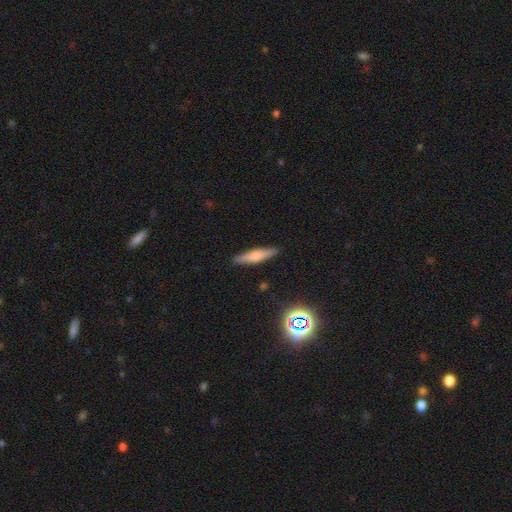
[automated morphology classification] type=smooth (53%); roundness=cigar-shaped (81%); merging=none (89%).